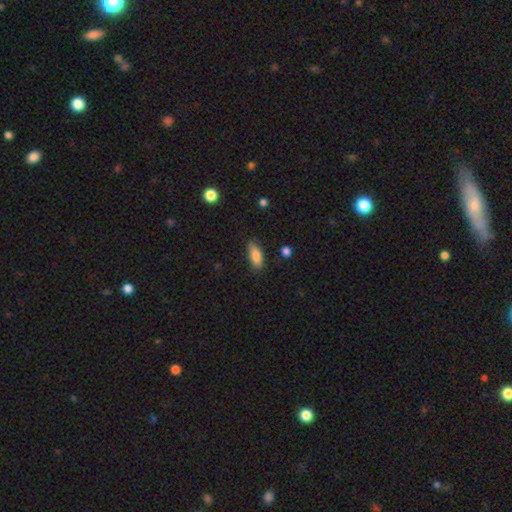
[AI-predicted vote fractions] The model was most divided on "merging": none: 75%, minor disturbance: 19%, major disturbance: 4%, merger: 2%. More confident: smooth or featured — smooth (82%); how rounded — in between (78%).